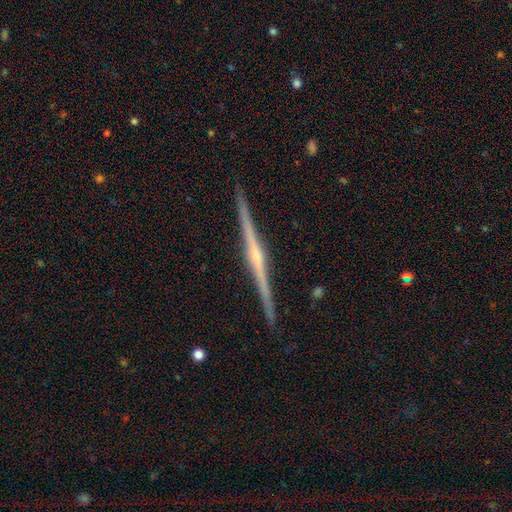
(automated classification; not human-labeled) This appears to be a featured or disk galaxy (87%) viewed edge-on (99%) with a rounded central bulge (73%). Merging: none (92%).